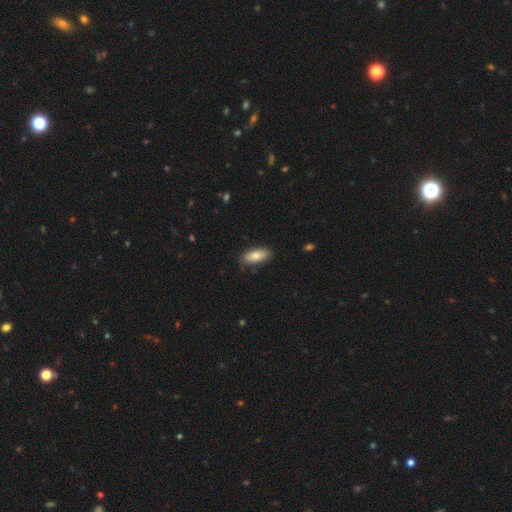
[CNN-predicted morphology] The model was most divided on "smooth or featured": smooth: 79%, featured or disk: 14%, star or artifact: 6%. More confident: how rounded — in between (86%); merging — none (85%).